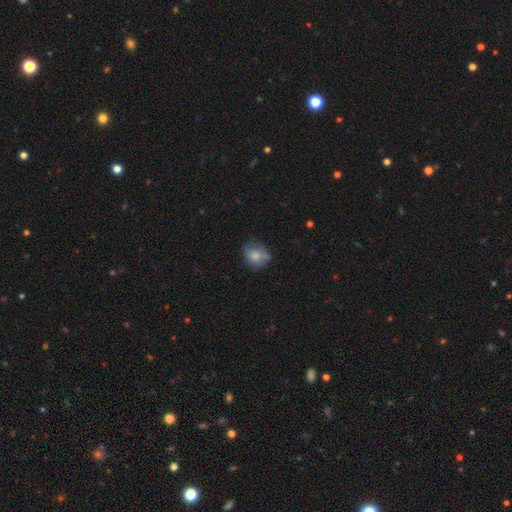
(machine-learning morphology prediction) A smooth galaxy with no disk features (75%) that is round (63%).

Vote fractions:
- Smooth or featured? smooth: 75% / featured or disk: 16% / star or artifact: 9%
- How rounded? round: 63% / in between: 35% / cigar-shaped: 1%
- Merging? none: 61% / minor disturbance: 28% / major disturbance: 9% / merger: 2%